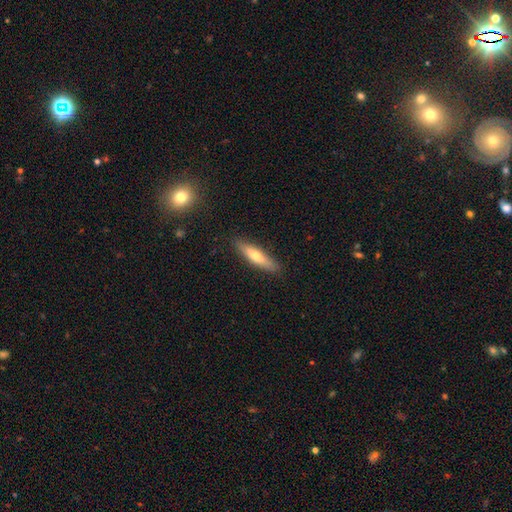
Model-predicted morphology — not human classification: This is possibly a smooth galaxy (58%). How rounded: likely cigar-shaped (76%). Merging: clearly none (87%).